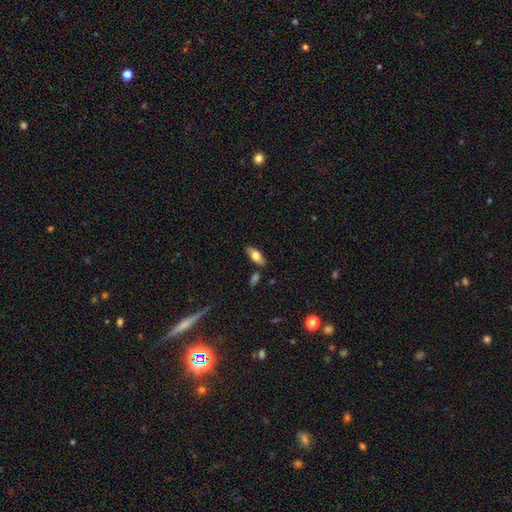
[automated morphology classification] The model was most divided on "smooth or featured": smooth: 68%, featured or disk: 25%, star or artifact: 7%. More confident: how rounded — in between (81%); merging — none (80%).